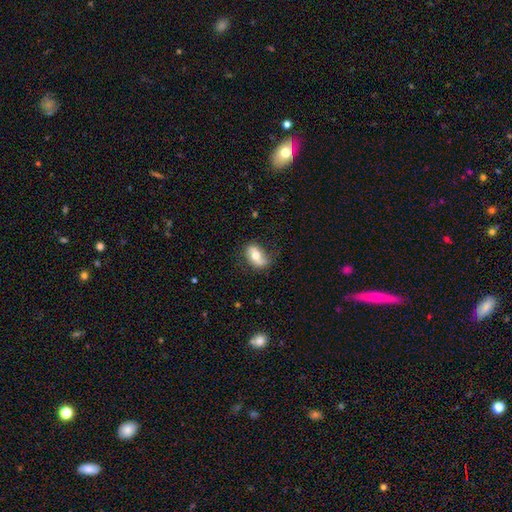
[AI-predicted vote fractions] Q: Smooth or featured?
A: featured or disk (54%); runner-up: smooth (39%)
Q: Edge-on disk?
A: no (92%); runner-up: yes (8%)
Q: Merging?
A: none (66%); runner-up: minor disturbance (24%)